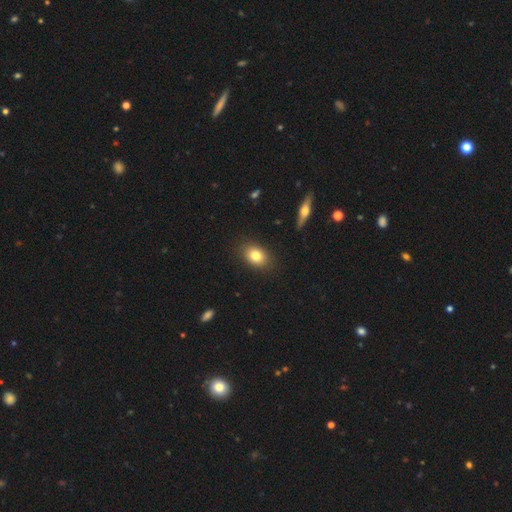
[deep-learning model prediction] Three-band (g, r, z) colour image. It shows a smooth galaxy with no disk features (80%) that is in between round and cigar-shaped (74%). Merging: none (87%).